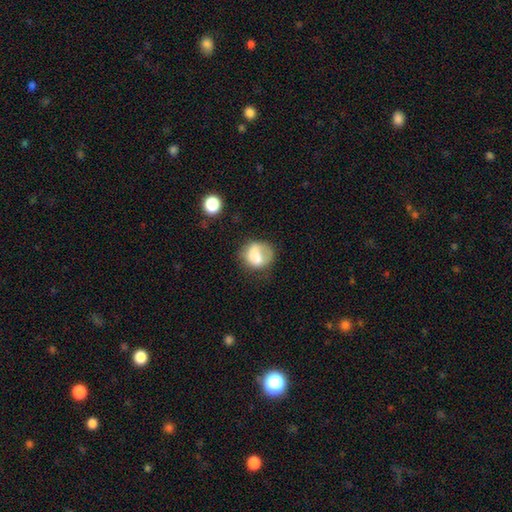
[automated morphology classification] type=smooth (74%); roundness=round (69%); merging=none (44%).